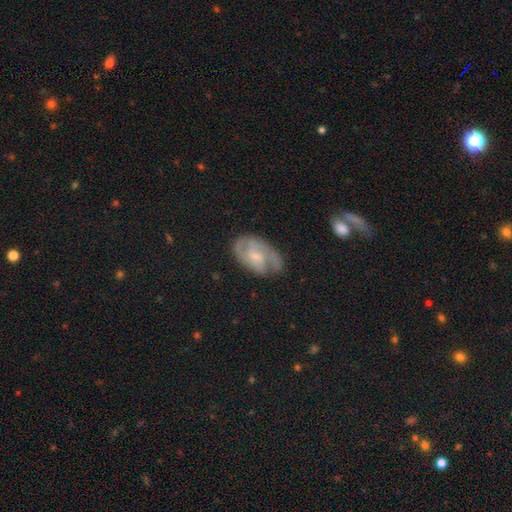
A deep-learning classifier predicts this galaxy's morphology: This appears to be a featured or disk galaxy (64%) with no bar (55%), spiral arms (81%) and a small central bulge (46%). Merging: none (62%).